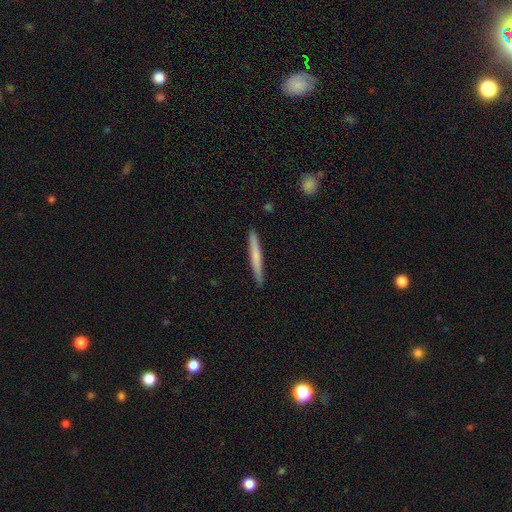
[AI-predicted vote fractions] A smooth galaxy with no disk features (62%) that is cigar-shaped (97%). Merging: none (91%).